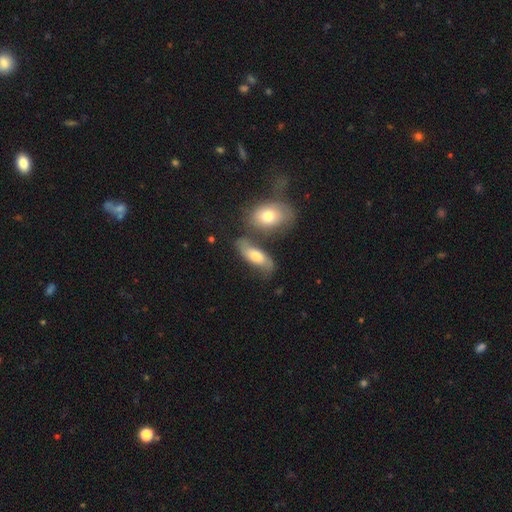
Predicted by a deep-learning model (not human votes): The model was most divided on "smooth or featured": smooth: 56%, featured or disk: 36%, star or artifact: 8%. More confident: how rounded — in between (77%); merging — none (51%).